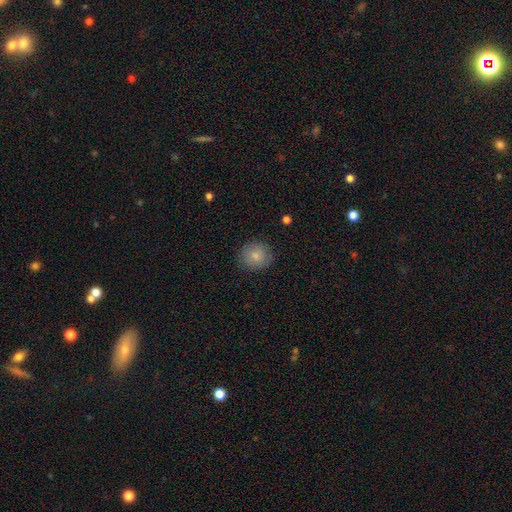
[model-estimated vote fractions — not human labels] Morphology: type=smooth (84%); roundness=round (87%); merging=none (87%).